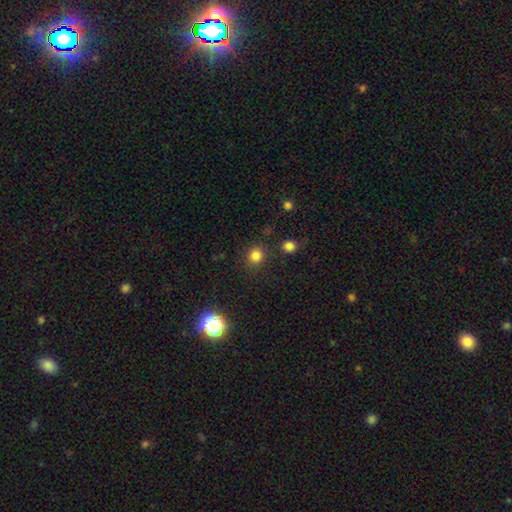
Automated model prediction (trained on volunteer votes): Smooth or featured?
  - smooth: 80% *
  - star or artifact: 16%
  - featured or disk: 4%
How rounded?
  - round: 87% *
  - in between: 12%
  - cigar-shaped: 1%
Merging?
  - none: 84% *
  - minor disturbance: 8%
  - merger: 4%
  - major disturbance: 3%